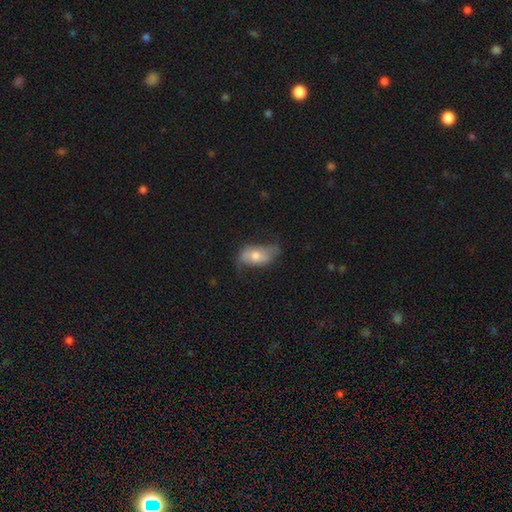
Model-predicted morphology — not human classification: type=smooth (49%); merging=none (50%).